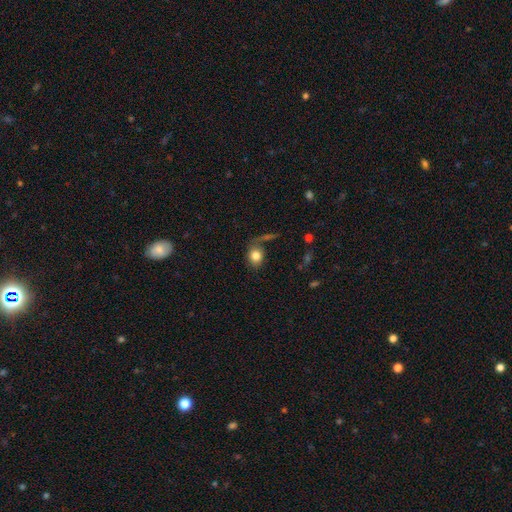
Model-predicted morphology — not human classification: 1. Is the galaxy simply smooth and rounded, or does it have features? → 82% smooth, 9% star or artifact, 9% featured or disk.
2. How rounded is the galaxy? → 60% round, 39% in between, 1% cigar-shaped.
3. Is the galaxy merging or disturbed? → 65% none, 16% minor disturbance, 11% merger, 9% major disturbance.